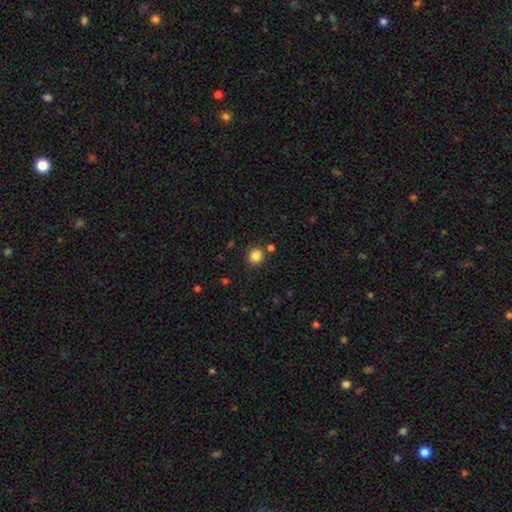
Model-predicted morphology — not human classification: Smooth or featured: smooth — 85% (star or artifact — 11%)
How rounded: round — 84% (in between — 15%)
Merging: none — 80% (minor disturbance — 9%)